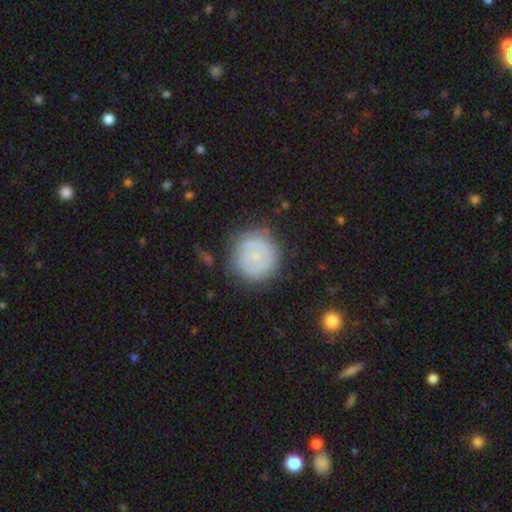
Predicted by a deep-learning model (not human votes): Smooth or featured?
  - smooth: 48% *
  - featured or disk: 44%
  - star or artifact: 8%
Merging?
  - none: 76% *
  - minor disturbance: 16%
  - major disturbance: 6%
  - merger: 2%